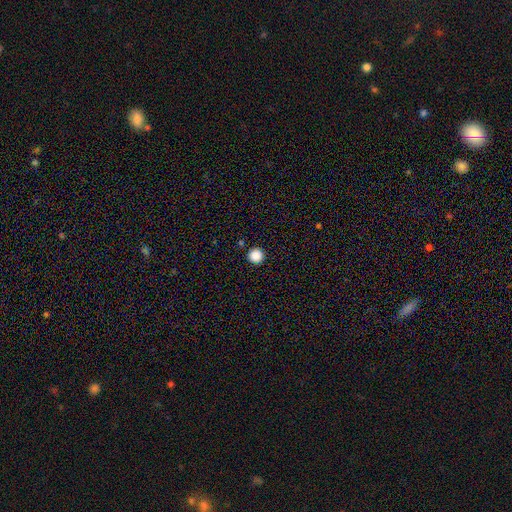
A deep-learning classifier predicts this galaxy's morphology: smooth 87%, star or artifact 10%, featured or disk 2%. Down the decision tree: how rounded — round (97%); merging — none (93%).